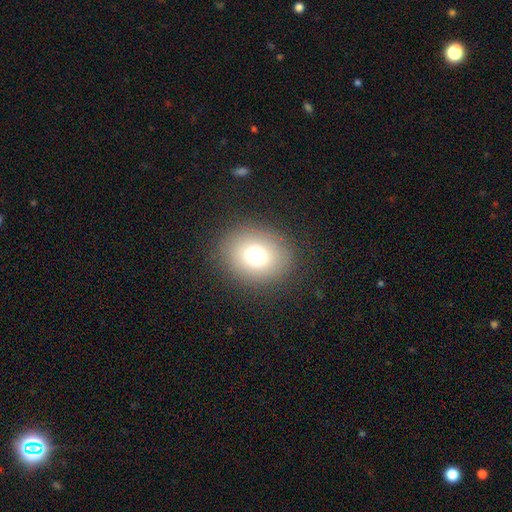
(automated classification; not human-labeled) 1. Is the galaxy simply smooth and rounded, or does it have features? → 75% smooth, 14% star or artifact, 11% featured or disk.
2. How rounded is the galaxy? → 65% round, 34% in between, 1% cigar-shaped.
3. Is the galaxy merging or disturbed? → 88% none, 7% minor disturbance, 4% major disturbance, 1% merger.